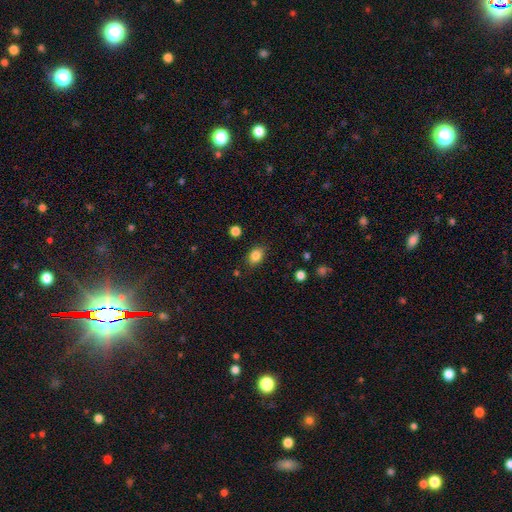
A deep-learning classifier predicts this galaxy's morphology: Overall: smooth (85%). How rounded: in between (70%). Merging: none (83%).